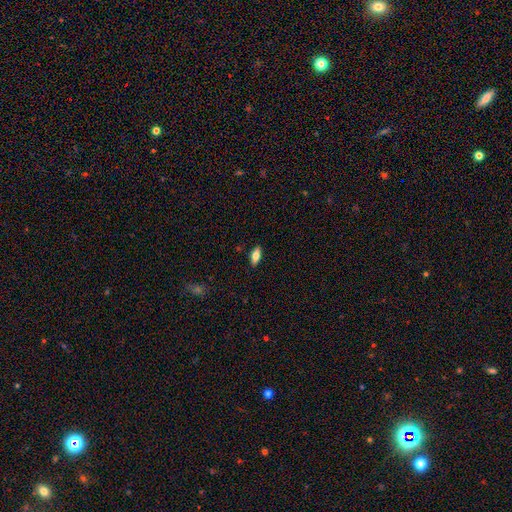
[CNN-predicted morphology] This is likely a smooth galaxy (69%). How rounded: likely in between (78%). Merging: clearly none (88%).